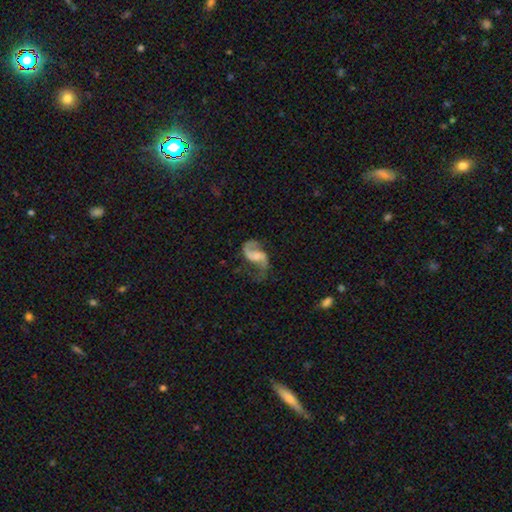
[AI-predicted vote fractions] This appears to be a featured or disk galaxy (85%) with a weak bar (44%), 2 (88%) loose (59%) spiral arms (95%) and a small central bulge (36%). Merging: none (56%).